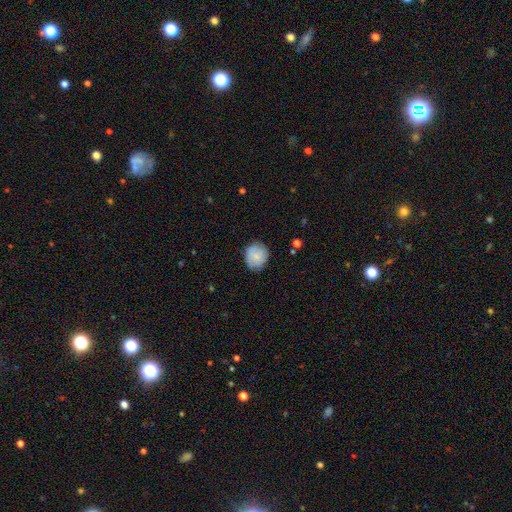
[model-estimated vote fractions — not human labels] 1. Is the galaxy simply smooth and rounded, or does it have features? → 75% smooth, 18% featured or disk, 7% star or artifact.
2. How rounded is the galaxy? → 72% round, 27% in between, 1% cigar-shaped.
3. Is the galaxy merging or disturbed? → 78% none, 17% minor disturbance, 3% major disturbance, 1% merger.